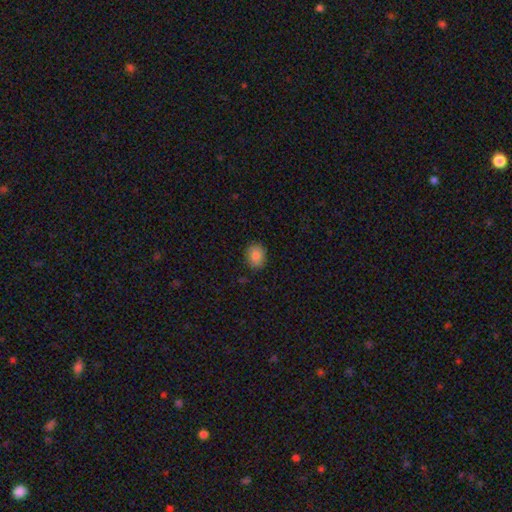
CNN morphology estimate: This is clearly a smooth galaxy (85%). How rounded: possibly round (57%). Merging: clearly none (86%).